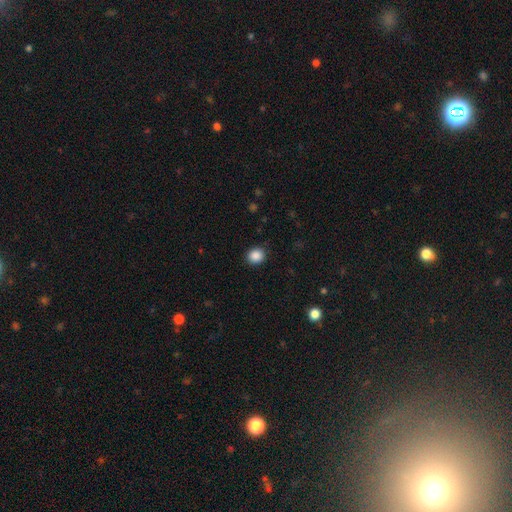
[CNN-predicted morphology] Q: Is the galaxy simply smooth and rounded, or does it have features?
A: smooth — 88%.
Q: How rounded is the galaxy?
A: round — 77%.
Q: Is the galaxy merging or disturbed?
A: none — 90%.